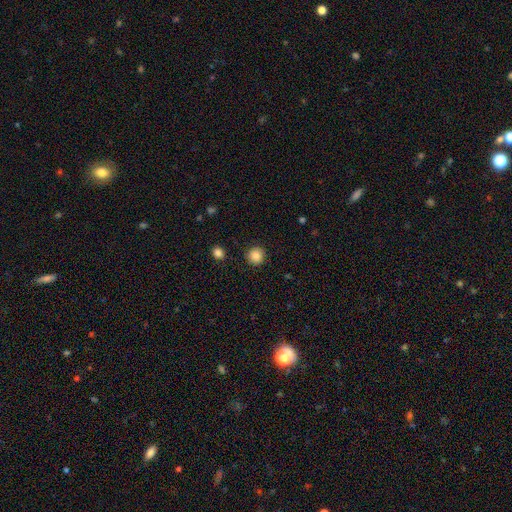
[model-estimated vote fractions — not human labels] Morphology: type=smooth (86%); roundness=round (93%); merging=none (90%).